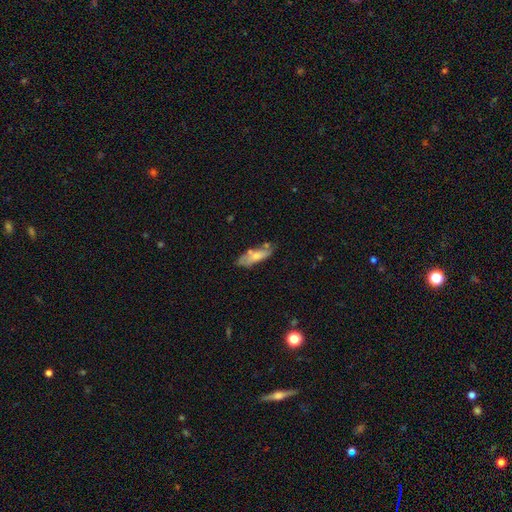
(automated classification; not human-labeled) Smooth or featured? Predicted: smooth (p=0.65). How rounded? Predicted: in between (p=0.53). Merging? Predicted: none (p=0.55).